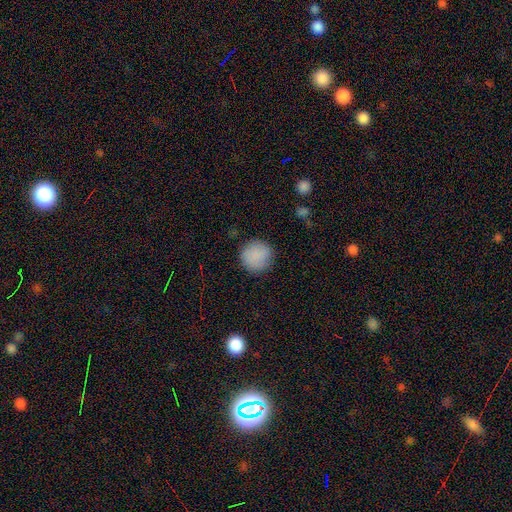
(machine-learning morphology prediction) This appears to be a smooth galaxy with no disk features (88%) that is round (95%). Merging: none (89%).